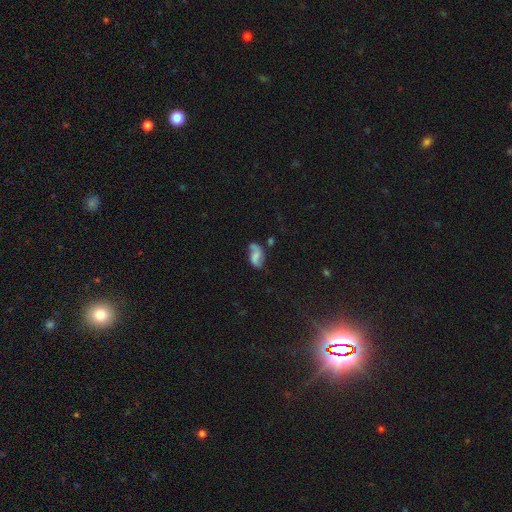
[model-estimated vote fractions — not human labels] A featured or disk galaxy (53%) with no bar (46%), spiral arms (86%) and no central bulge (51%). Merging: none (55%).